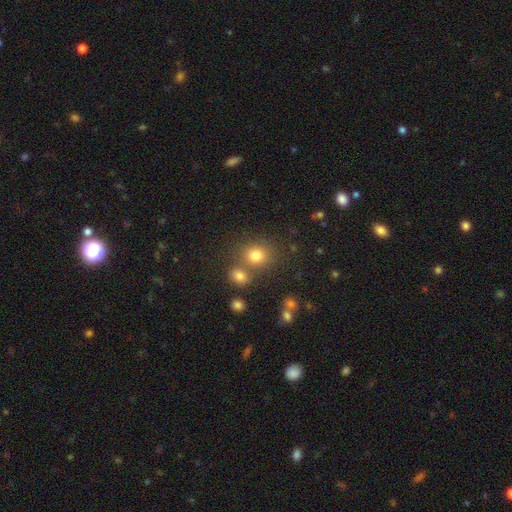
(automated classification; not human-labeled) Smooth or featured? smooth (77%)
How rounded? round (75%)
Merging? none (65%)